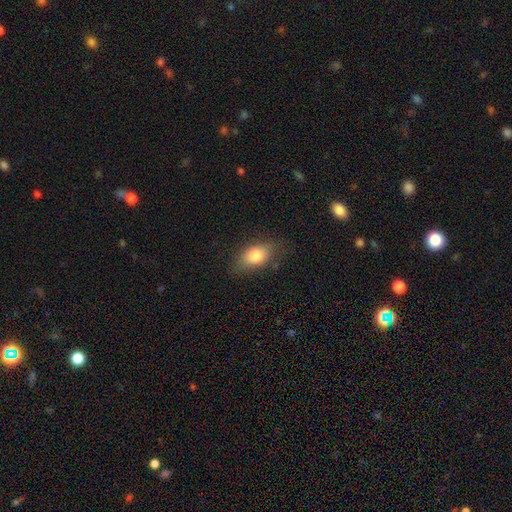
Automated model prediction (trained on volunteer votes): Q: Smooth or featured?
A: smooth (80%); runner-up: featured or disk (12%)
Q: How rounded?
A: in between (86%); runner-up: round (11%)
Q: Merging?
A: none (77%); runner-up: minor disturbance (17%)